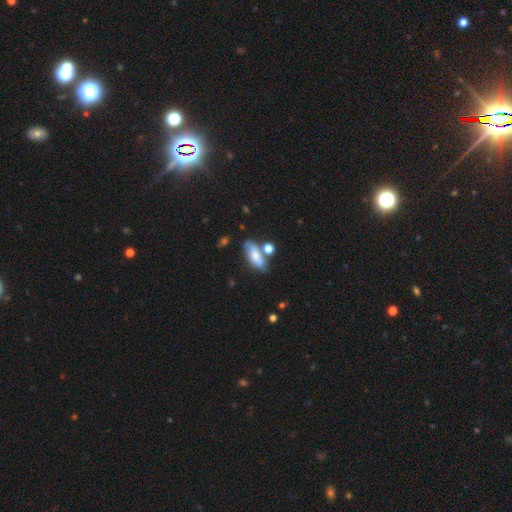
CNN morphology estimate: Overall: smooth (66%). How rounded: in between (72%). Merging: none (54%; merger 20%).